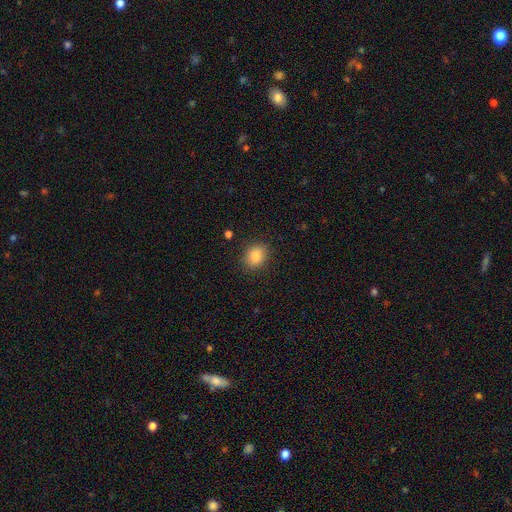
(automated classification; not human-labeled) Smooth or featured? smooth (84%)
How rounded? in between (51%)
Merging? none (87%)